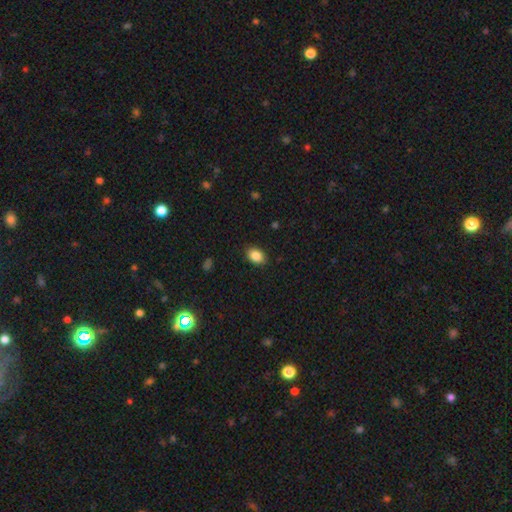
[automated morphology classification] Overall: smooth (87%). How rounded: in between (79%). Merging: none (88%).